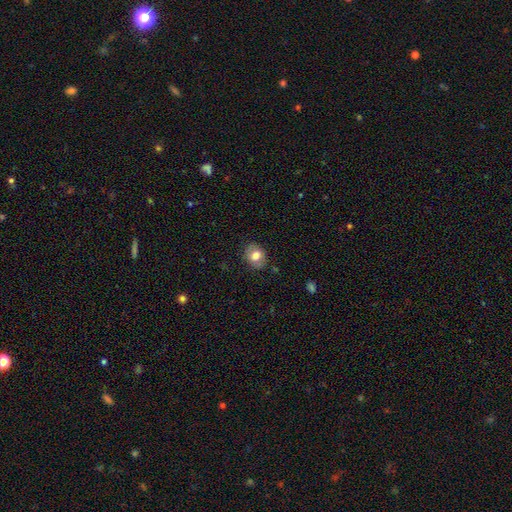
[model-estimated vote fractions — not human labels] Smooth or featured?
  - smooth: 76% *
  - featured or disk: 16%
  - star or artifact: 9%
How rounded?
  - round: 55% *
  - in between: 44%
  - cigar-shaped: 1%
Merging?
  - none: 83% *
  - minor disturbance: 13%
  - major disturbance: 3%
  - merger: 1%